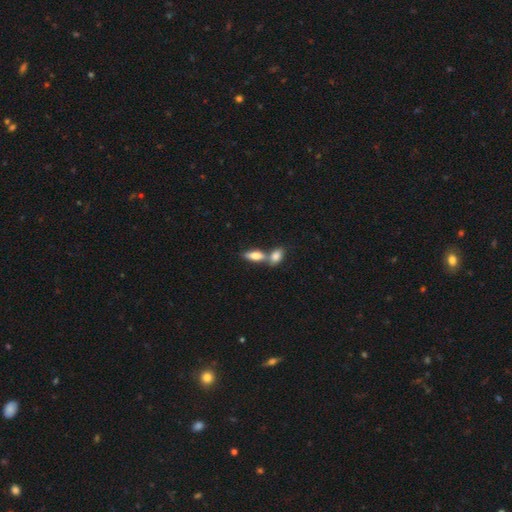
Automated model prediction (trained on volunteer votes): Q: Smooth or featured?
A: smooth (76%); runner-up: featured or disk (17%)
Q: How rounded?
A: in between (79%); runner-up: cigar-shaped (16%)
Q: Merging?
A: merger (54%); runner-up: none (35%)